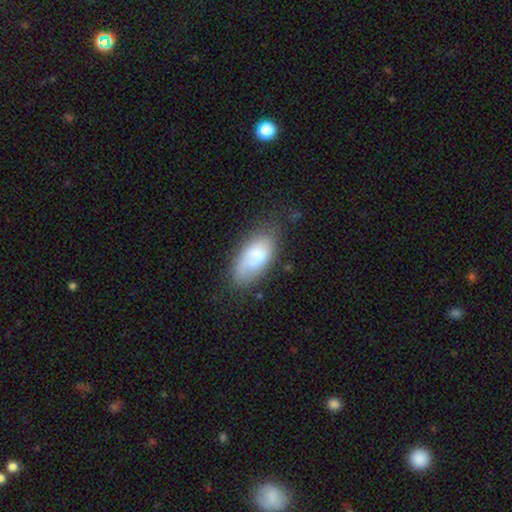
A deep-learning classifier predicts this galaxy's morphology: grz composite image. It shows a smooth galaxy with no disk features (67%) that is in between round and cigar-shaped (91%). Merging: none (58%).